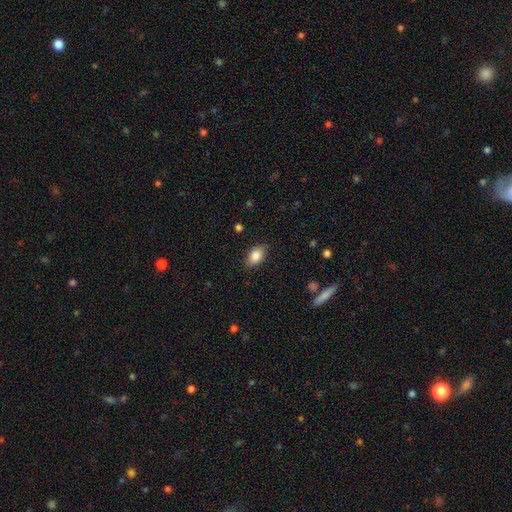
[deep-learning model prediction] Smooth or featured? smooth (86%)
How rounded? in between (88%)
Merging? none (83%)